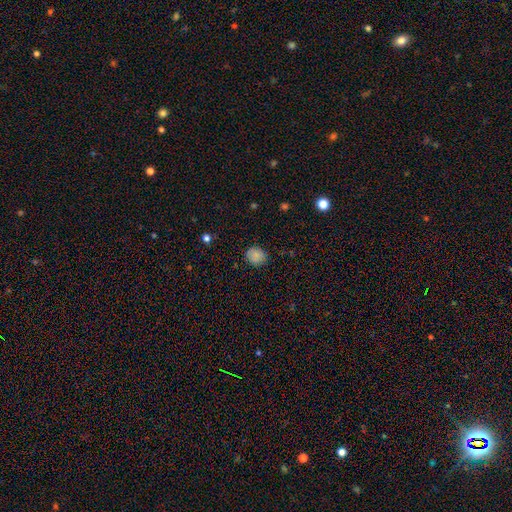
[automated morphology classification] A smooth galaxy with no disk features (84%) that is round (74%). Merging: none (83%).